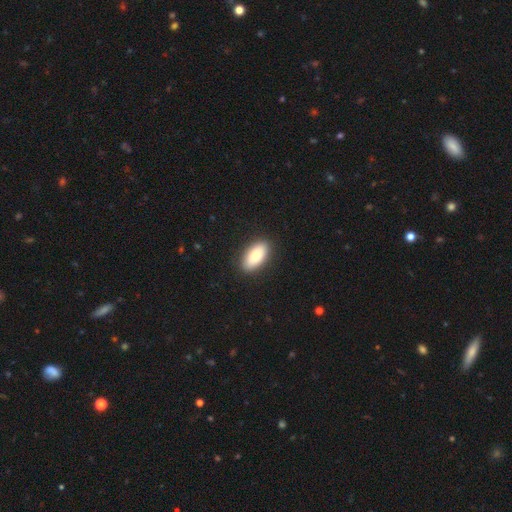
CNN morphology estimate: A smooth galaxy with no disk features (83%) that is in between round and cigar-shaped (90%).

Vote fractions:
- Smooth or featured? smooth: 83% / featured or disk: 11% / star or artifact: 6%
- How rounded? in between: 90% / cigar-shaped: 7% / round: 3%
- Merging? none: 89% / minor disturbance: 8% / major disturbance: 2% / merger: 1%